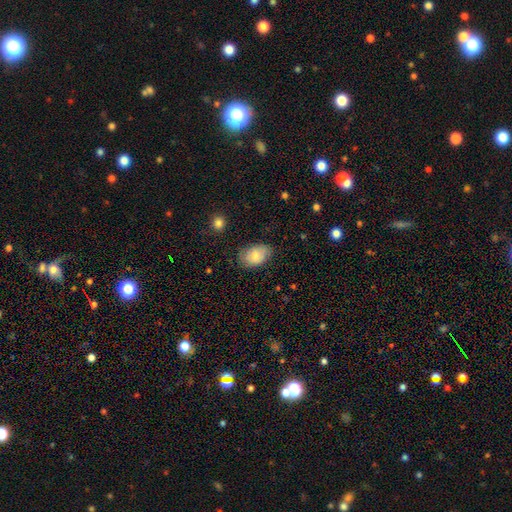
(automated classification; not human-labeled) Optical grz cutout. It shows a smooth galaxy with no disk features (80%) that is in between round and cigar-shaped (86%). Merging: none (73%).